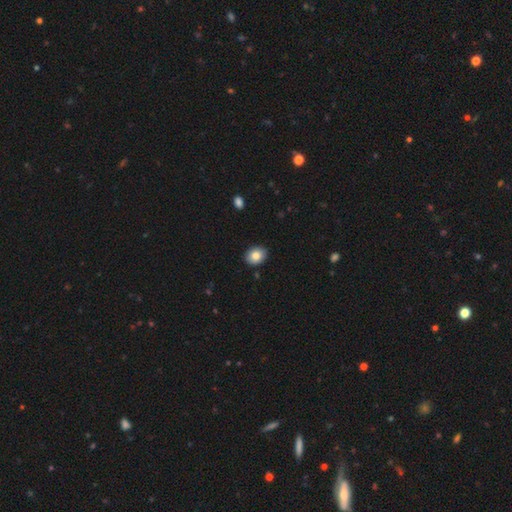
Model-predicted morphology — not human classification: A smooth galaxy with no disk features (84%) that is in between round and cigar-shaped (63%). Merging: none (90%).